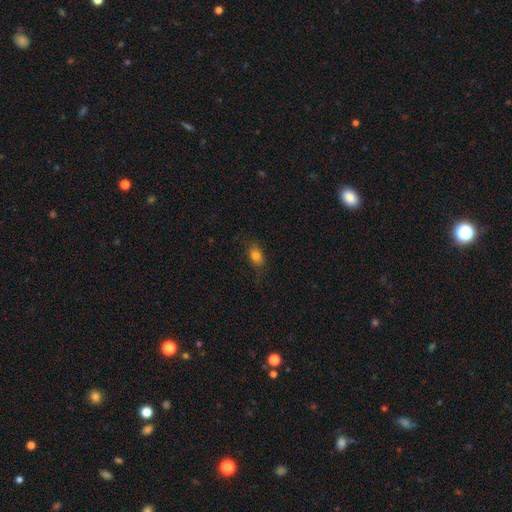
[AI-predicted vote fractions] Q: Smooth or featured?
A: smooth (82%); runner-up: star or artifact (11%)
Q: How rounded?
A: in between (82%); runner-up: round (14%)
Q: Merging?
A: none (71%); runner-up: minor disturbance (20%)